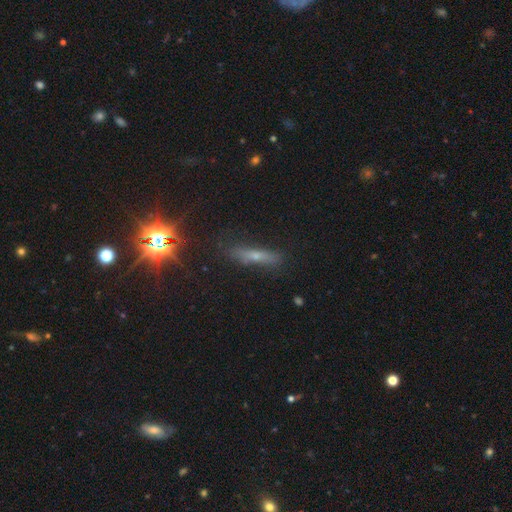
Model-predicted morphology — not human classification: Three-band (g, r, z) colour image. It shows a smooth galaxy with no disk features (43%). Merging: none (80%).